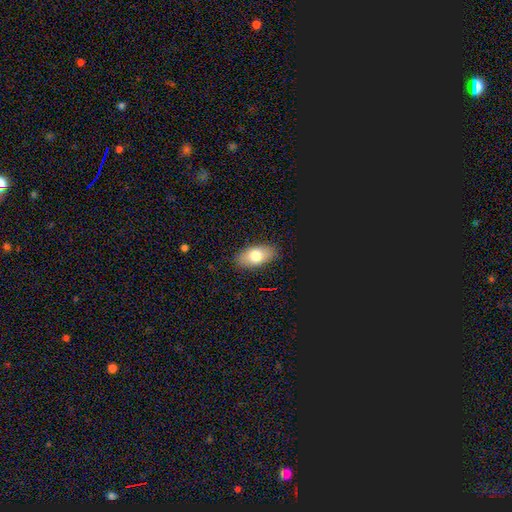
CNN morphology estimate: smooth_or_featured: smooth (p=0.75) [alt: featured or disk p=0.17]
how_rounded: in between (p=0.89) [alt: round p=0.06]
merging: none (p=0.87) [alt: minor disturbance p=0.10]